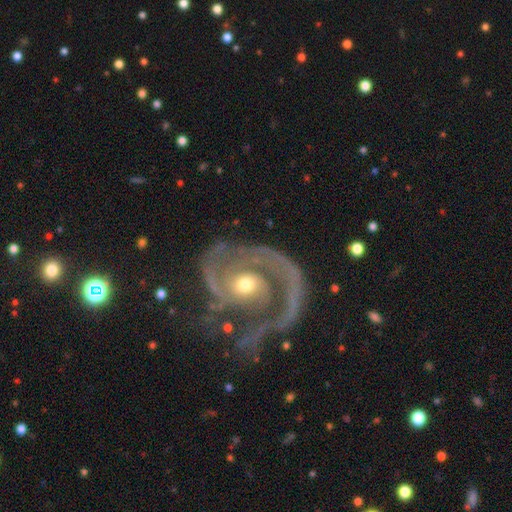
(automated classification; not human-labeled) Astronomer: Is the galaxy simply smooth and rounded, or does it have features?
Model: featured or disk — 92%.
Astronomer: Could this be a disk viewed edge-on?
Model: no — 98%.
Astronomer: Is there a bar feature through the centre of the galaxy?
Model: no — 68%.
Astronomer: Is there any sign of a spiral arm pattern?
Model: yes — 97%.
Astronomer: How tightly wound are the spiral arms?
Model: medium — 45% (runner-up: tight, 42%).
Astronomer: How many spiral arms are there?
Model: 2 — 55%.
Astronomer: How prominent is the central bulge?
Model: moderate — 65%.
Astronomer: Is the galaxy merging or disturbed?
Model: none — 51%.